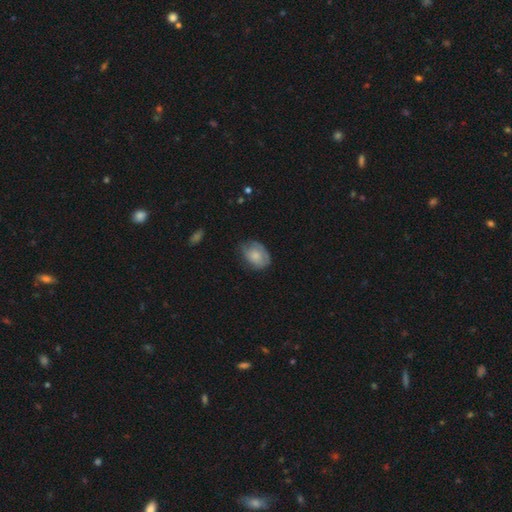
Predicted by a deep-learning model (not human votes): smooth-or-featured: smooth: 66% | featured or disk: 27% | star or artifact: 7%
  how-rounded: in between: 73% | round: 26% | cigar-shaped: 1%
  merging: none: 58% | minor disturbance: 31% | major disturbance: 10% | merger: 1%